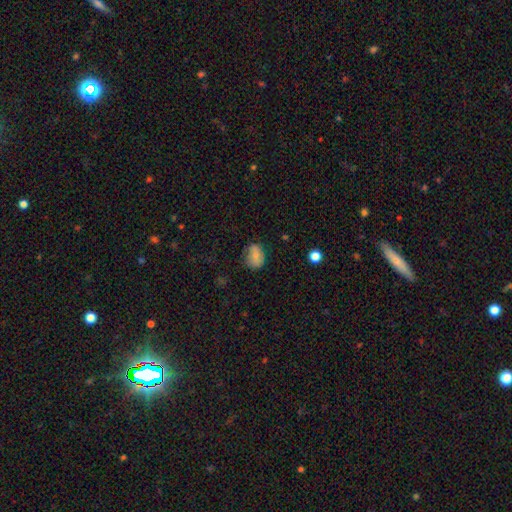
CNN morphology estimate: smooth 71%, featured or disk 20%, star or artifact 9%. Down the decision tree: how rounded — in between (68%); merging — none (66%).